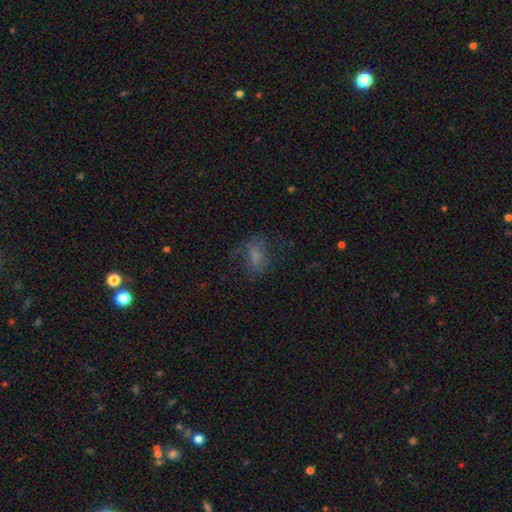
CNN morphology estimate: type=smooth (59%); roundness=in between (80%); merging=none (55%).